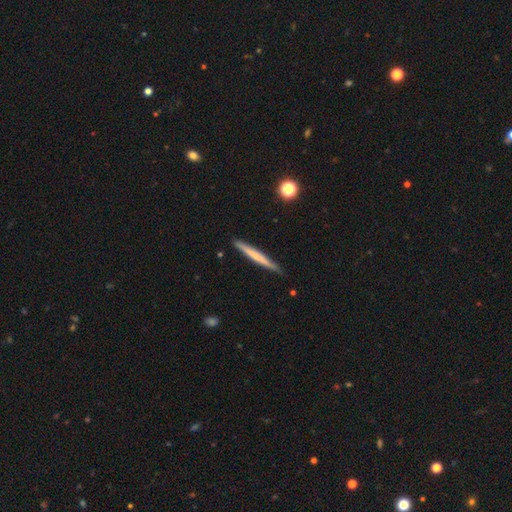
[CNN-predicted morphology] smooth_or_featured: smooth (p=0.52) [alt: featured or disk p=0.42]
how_rounded: cigar-shaped (p=0.97) [alt: in between p=0.02]
merging: none (p=0.87) [alt: minor disturbance p=0.10]